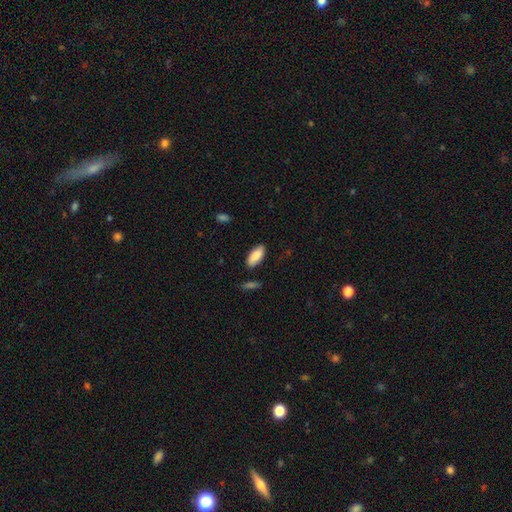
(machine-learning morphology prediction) A smooth galaxy with no disk features (85%) that is in between round and cigar-shaped (86%).

Vote fractions:
- Smooth or featured? smooth: 85% / featured or disk: 9% / star or artifact: 6%
- How rounded? in between: 86% / cigar-shaped: 13% / round: 2%
- Merging? none: 82% / minor disturbance: 13% / major disturbance: 3% / merger: 2%